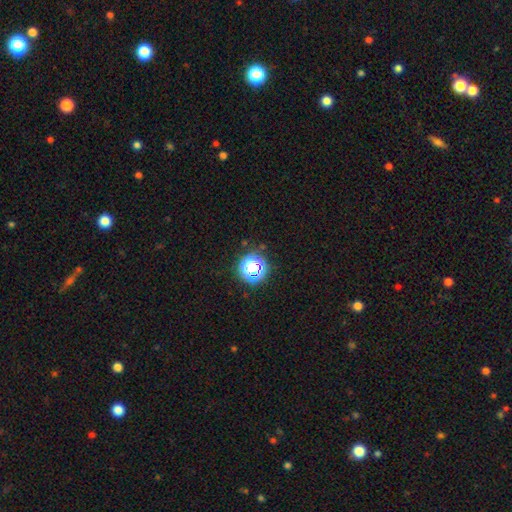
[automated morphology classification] Overall: star or artifact (66%).